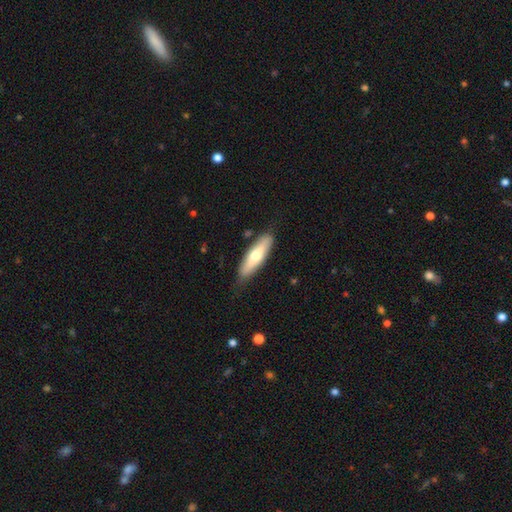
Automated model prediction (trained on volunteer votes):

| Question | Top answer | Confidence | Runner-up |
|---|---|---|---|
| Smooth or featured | smooth | 60% | featured or disk (35%) |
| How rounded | cigar-shaped | 57% | in between (41%) |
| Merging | none | 81% | minor disturbance (14%) |